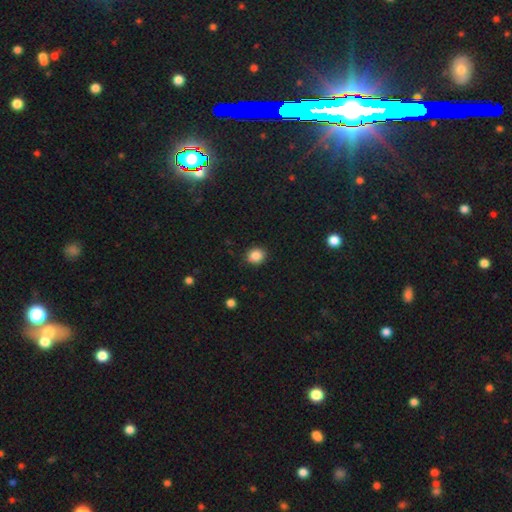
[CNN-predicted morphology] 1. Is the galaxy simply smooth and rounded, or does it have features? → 86% smooth, 10% star or artifact, 4% featured or disk.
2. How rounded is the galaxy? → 78% round, 21% in between, 1% cigar-shaped.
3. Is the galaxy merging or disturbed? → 89% none, 8% minor disturbance, 2% major disturbance, 1% merger.